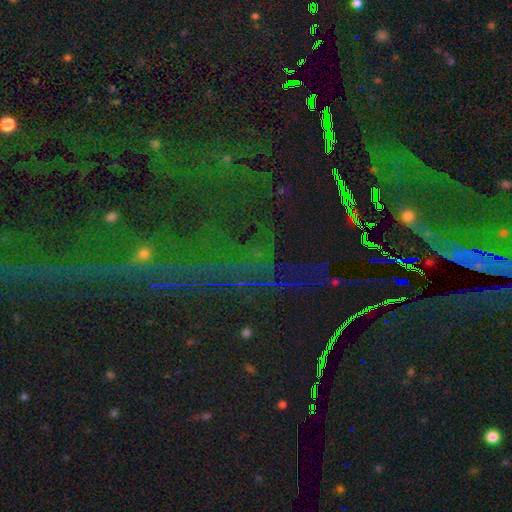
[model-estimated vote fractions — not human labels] Smooth or featured: star or artifact — 84% (featured or disk — 8%)